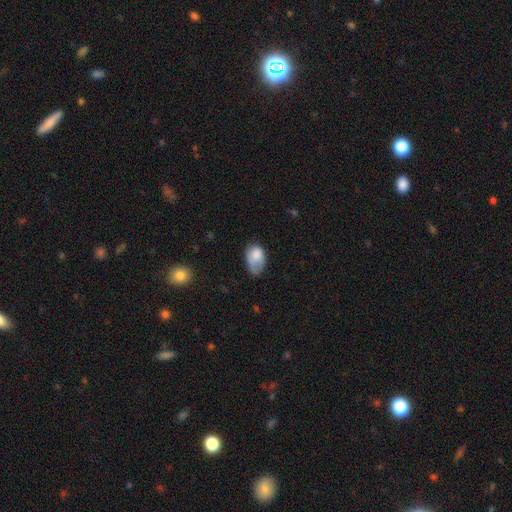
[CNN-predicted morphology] smooth 78%, featured or disk 15%, star or artifact 8%. Down the decision tree: how rounded — in between (88%); merging — minor disturbance (41%).